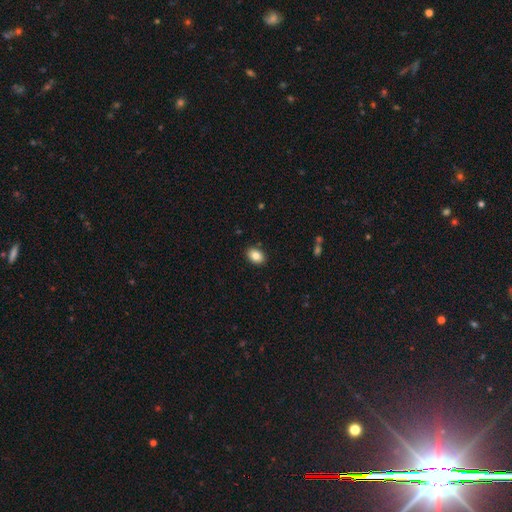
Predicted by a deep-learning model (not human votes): smooth_or_featured: smooth (p=0.84) [alt: star or artifact p=0.08]
how_rounded: in between (p=0.81) [alt: round p=0.18]
merging: none (p=0.90) [alt: minor disturbance p=0.07]